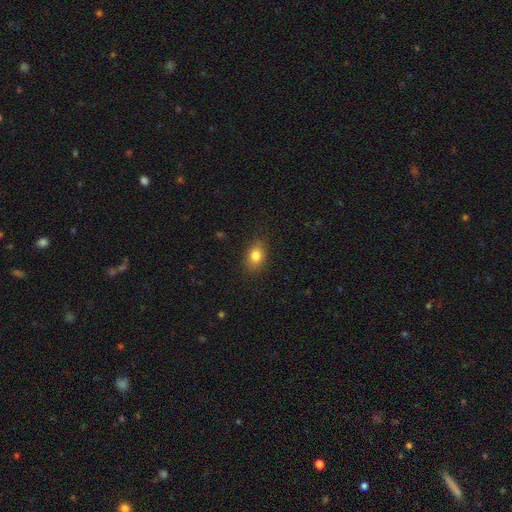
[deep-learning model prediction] This is clearly a smooth galaxy (82%). How rounded: likely in between (72%). Merging: clearly none (85%).